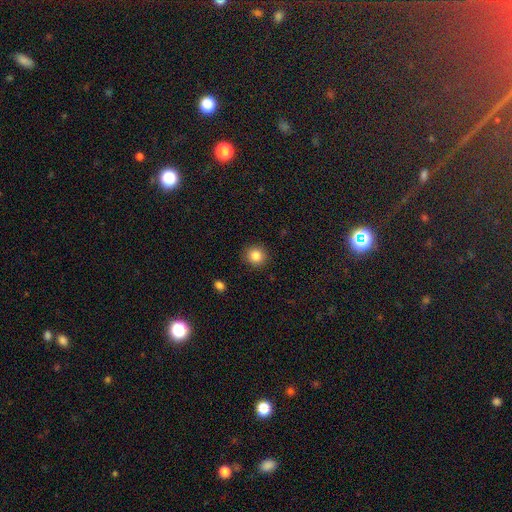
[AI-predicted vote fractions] Smooth or featured?
  - smooth: 85% *
  - star or artifact: 10%
  - featured or disk: 5%
How rounded?
  - round: 91% *
  - in between: 8%
  - cigar-shaped: 1%
Merging?
  - none: 91% *
  - minor disturbance: 6%
  - major disturbance: 2%
  - merger: 1%